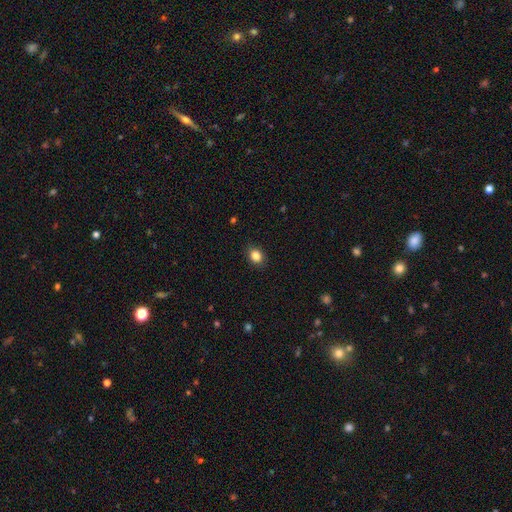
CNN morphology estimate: type=smooth (86%); roundness=in between (53%); merging=none (86%).